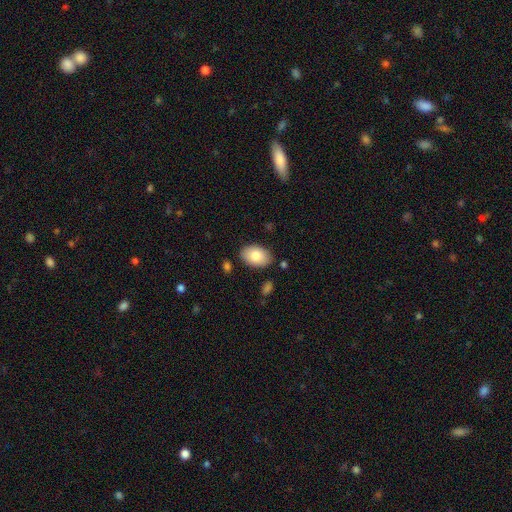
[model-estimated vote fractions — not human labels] Overall: smooth (82%). How rounded: in between (91%). Merging: none (84%).